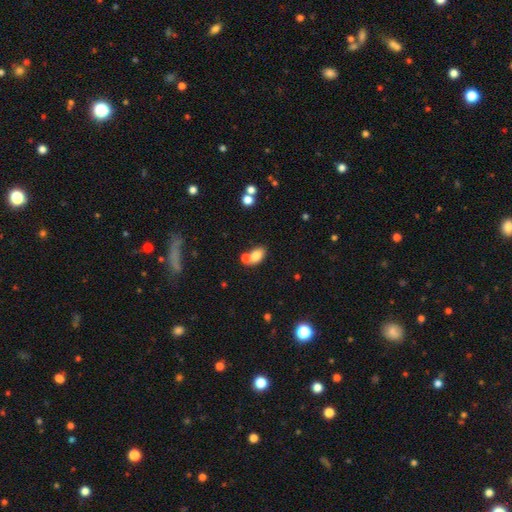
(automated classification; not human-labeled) Smooth or featured? Predicted: smooth (p=0.77). How rounded? Predicted: in between (p=0.85). Merging? Predicted: none (p=0.45).